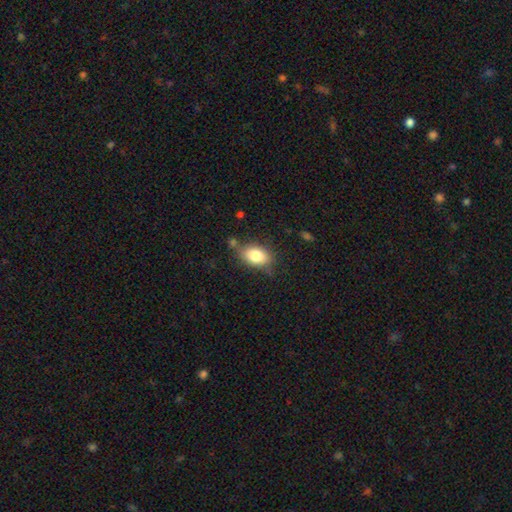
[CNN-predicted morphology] A smooth galaxy with no disk features (82%) that is in between round and cigar-shaped (85%). Merging: none (71%).